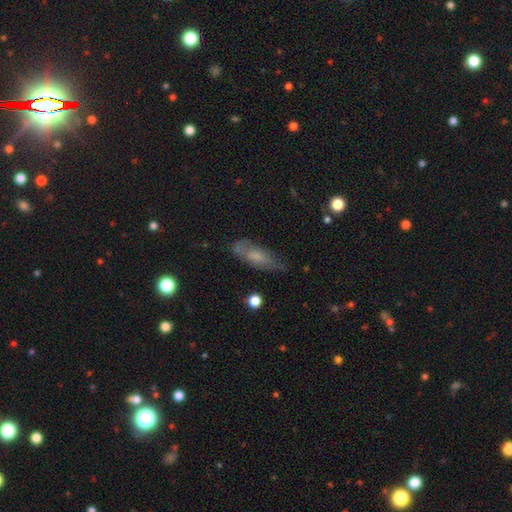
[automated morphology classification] Smooth or featured? Predicted: smooth (p=0.52). How rounded? Predicted: in between (p=0.57). Merging? Predicted: none (p=0.68).